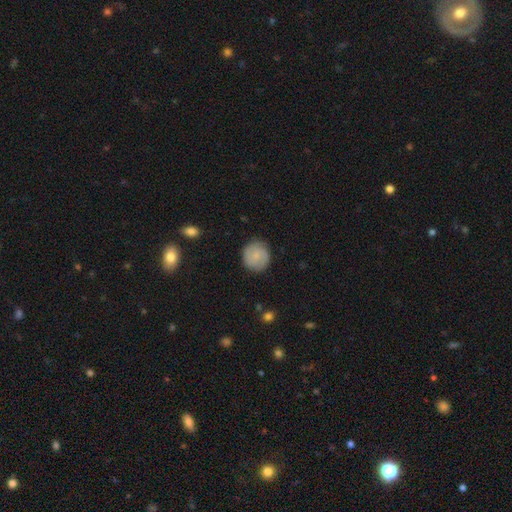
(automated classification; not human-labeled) A smooth galaxy with no disk features (53%) that is round (89%).

Vote fractions:
- Smooth or featured? smooth: 53% / featured or disk: 39% / star or artifact: 7%
- How rounded? round: 89% / in between: 10% / cigar-shaped: 1%
- Merging? none: 86% / minor disturbance: 10% / major disturbance: 3% / merger: 1%